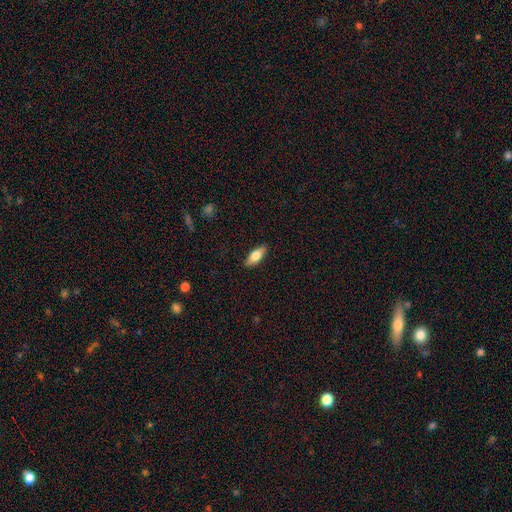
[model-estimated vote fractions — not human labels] Smooth or featured?
  - smooth: 67% *
  - featured or disk: 27%
  - star or artifact: 6%
How rounded?
  - in between: 66% *
  - cigar-shaped: 31%
  - round: 3%
Merging?
  - none: 89% *
  - minor disturbance: 8%
  - major disturbance: 2%
  - merger: 1%